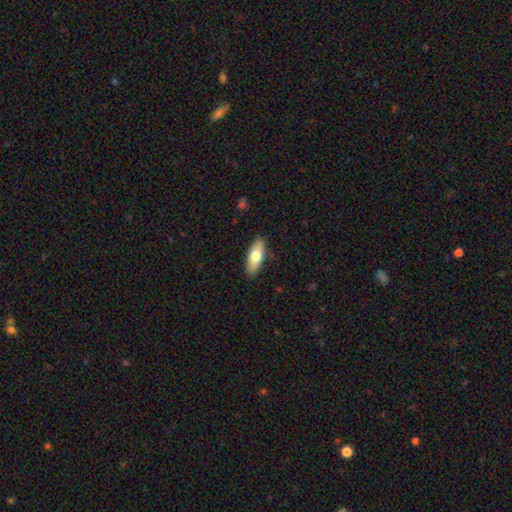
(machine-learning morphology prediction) smooth_or_featured: smooth (p=0.71) [alt: featured or disk p=0.24]
how_rounded: in between (p=0.75) [alt: cigar-shaped p=0.23]
merging: none (p=0.87) [alt: minor disturbance p=0.10]